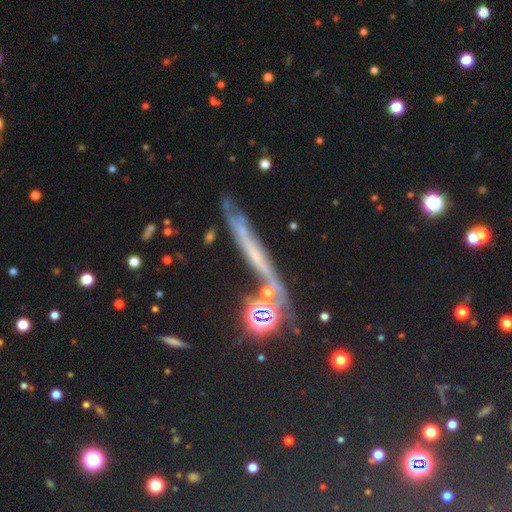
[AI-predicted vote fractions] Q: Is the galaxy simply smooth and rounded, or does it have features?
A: featured or disk — 42%.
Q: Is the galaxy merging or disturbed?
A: none — 66%.